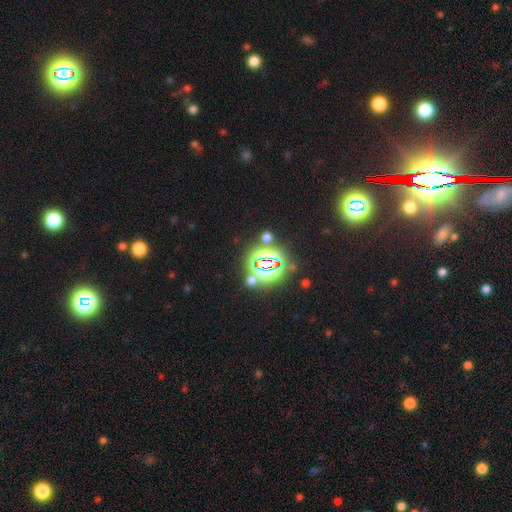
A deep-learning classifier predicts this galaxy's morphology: smooth_or_featured: star or artifact (p=0.82) [alt: smooth p=0.11]